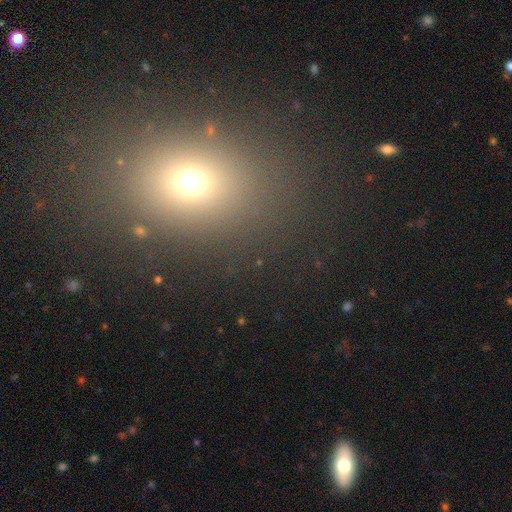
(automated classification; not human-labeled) Overall: smooth (62%; star or artifact 28%). How rounded: in between (56%; round 42%). Merging: none (85%).